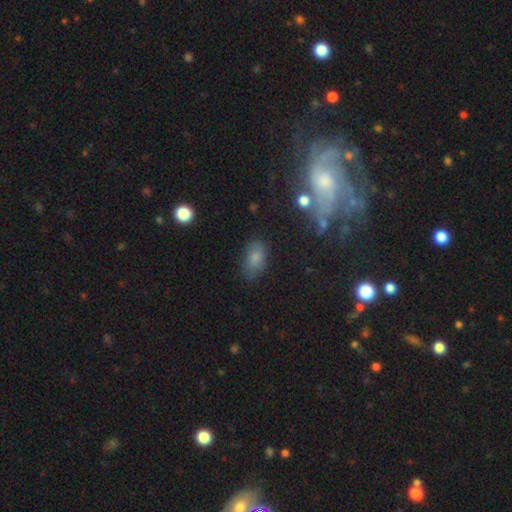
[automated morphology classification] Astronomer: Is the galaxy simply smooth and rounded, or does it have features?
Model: smooth — 67%.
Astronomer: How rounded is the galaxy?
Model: in between — 88%.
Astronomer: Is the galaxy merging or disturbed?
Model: none — 71%.